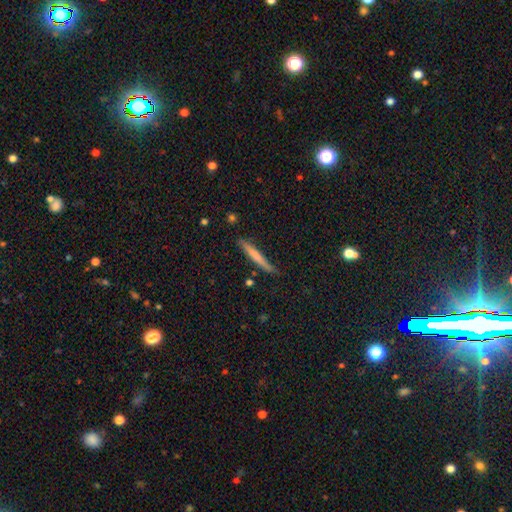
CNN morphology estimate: The model was most divided on "smooth or featured": smooth: 65%, featured or disk: 29%, star or artifact: 6%. More confident: how rounded — cigar-shaped (96%); merging — none (83%).